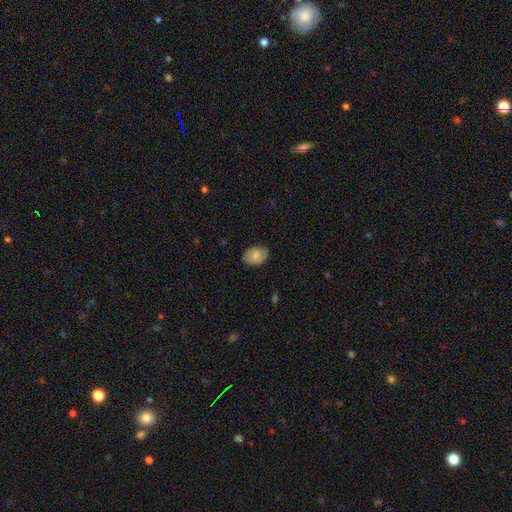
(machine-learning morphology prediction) The model was most divided on "how rounded": in between: 74%, round: 25%, cigar-shaped: 1%. More confident: merging — none (76%); smooth or featured — smooth (71%).